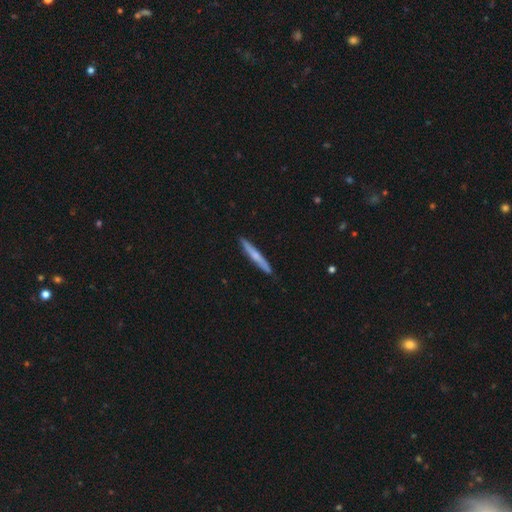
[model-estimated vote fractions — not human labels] Smooth or featured: smooth — 48% (featured or disk — 46%)
Merging: none — 90% (minor disturbance — 7%)